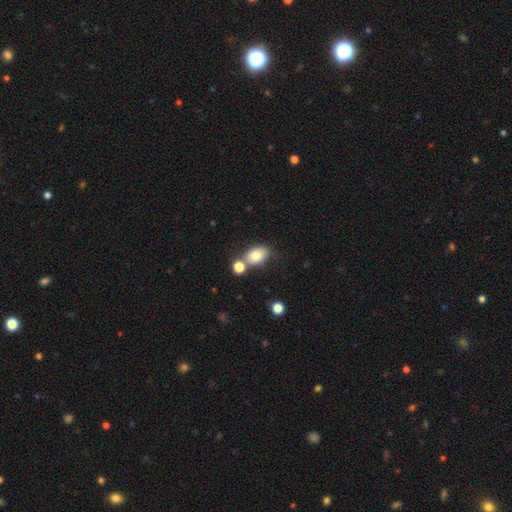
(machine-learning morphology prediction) smooth 79%, featured or disk 12%, star or artifact 9%. Down the decision tree: how rounded — in between (81%); merging — none (57%).